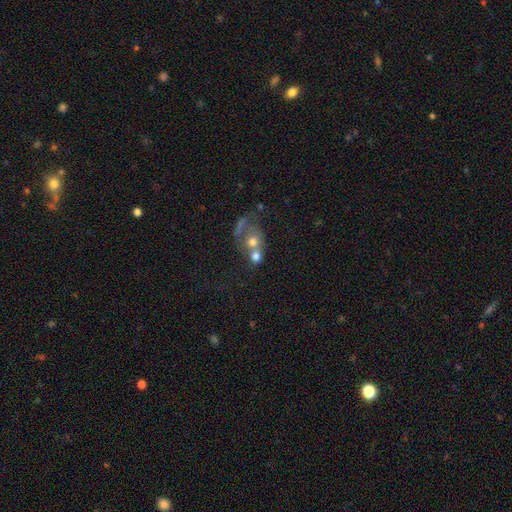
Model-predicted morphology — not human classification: A smooth galaxy with no disk features (61%) that is round (69%).

Vote fractions:
- Smooth or featured? smooth: 61% / featured or disk: 26% / star or artifact: 13%
- How rounded? round: 69% / in between: 29% / cigar-shaped: 1%
- Merging? merger: 66% / none: 19% / major disturbance: 9% / minor disturbance: 6%